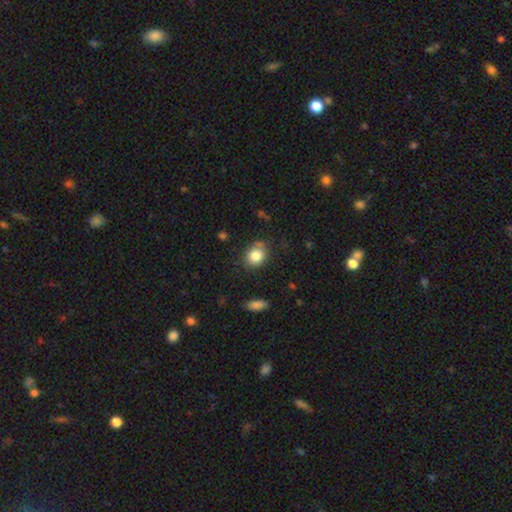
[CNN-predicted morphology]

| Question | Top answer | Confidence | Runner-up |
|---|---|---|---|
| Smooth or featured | smooth | 83% | star or artifact (10%) |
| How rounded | round | 64% | in between (35%) |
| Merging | none | 73% | minor disturbance (18%) |